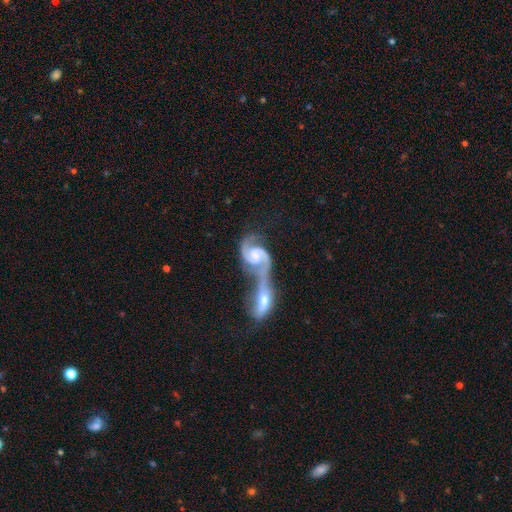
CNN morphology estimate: The model was most divided on "bar": no: 49%, weak: 40%, strong: 11%. Remaining: spiral arms — yes (98%); edge-on disk — no (97%); spiral arm count — 2 (92%); smooth or featured — featured or disk (90%); merging — merger (74%); spiral winding — medium (56%); bulge size — small (46%).